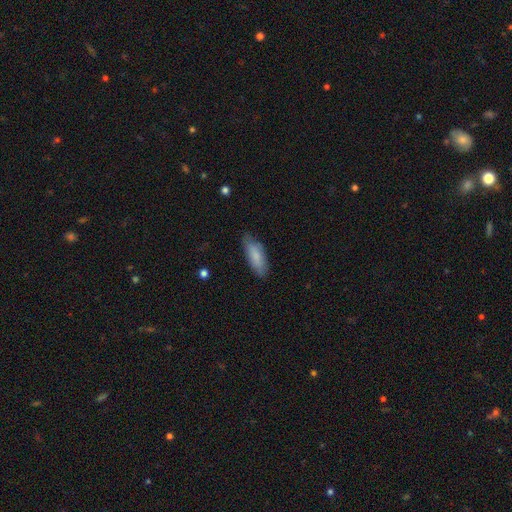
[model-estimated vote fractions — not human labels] A smooth galaxy with no disk features (81%) that is in between round and cigar-shaped (65%).

Vote fractions:
- Smooth or featured? smooth: 81% / featured or disk: 13% / star or artifact: 6%
- How rounded? in between: 65% / cigar-shaped: 33% / round: 2%
- Merging? none: 76% / minor disturbance: 20% / major disturbance: 3% / merger: 1%